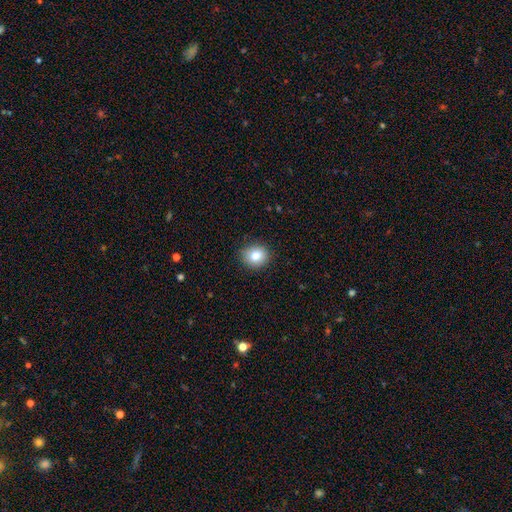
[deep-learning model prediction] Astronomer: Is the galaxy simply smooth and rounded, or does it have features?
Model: smooth — 82%.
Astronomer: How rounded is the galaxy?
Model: round — 80%.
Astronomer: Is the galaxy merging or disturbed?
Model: none — 89%.